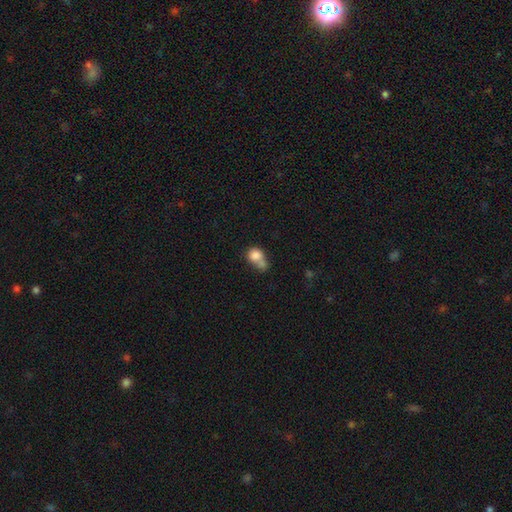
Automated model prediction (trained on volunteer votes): smooth_or_featured: smooth (p=0.79) [alt: featured or disk p=0.11]
how_rounded: round (p=0.65) [alt: in between p=0.34]
merging: merger (p=0.50) [alt: none p=0.27]